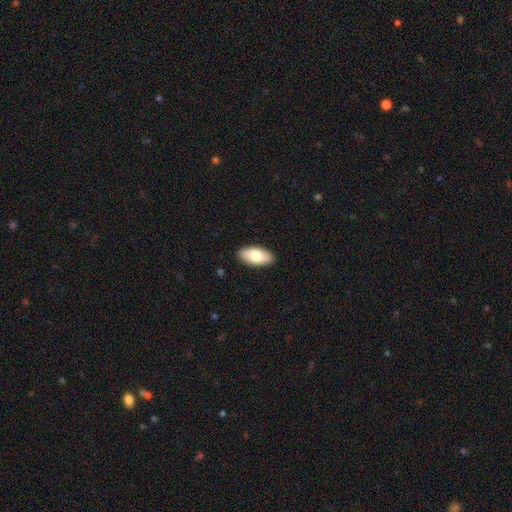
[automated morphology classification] The model was most divided on "smooth or featured": smooth: 78%, featured or disk: 17%, star or artifact: 6%. More confident: how rounded — in between (93%); merging — none (89%).